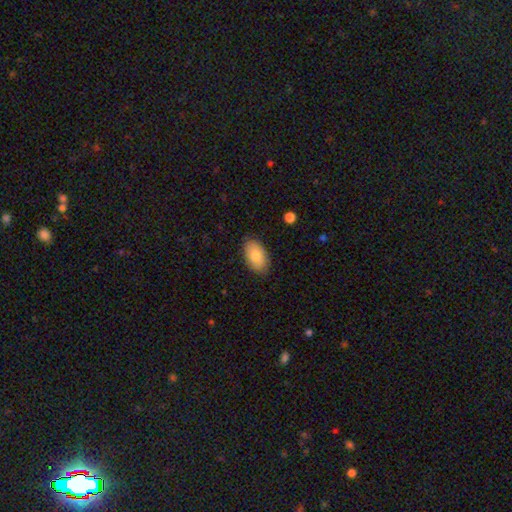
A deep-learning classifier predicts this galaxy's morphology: smooth-or-featured: smooth: 78% | featured or disk: 16% | star or artifact: 6%
  how-rounded: in between: 93% | round: 6% | cigar-shaped: 1%
  merging: none: 83% | minor disturbance: 14% | major disturbance: 3% | merger: 1%